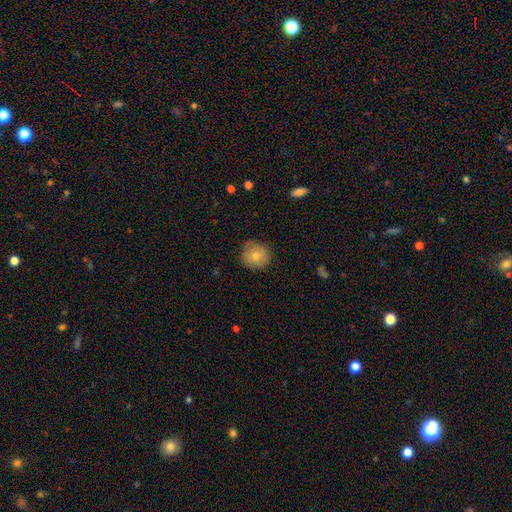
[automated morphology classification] A smooth galaxy with no disk features (78%) that is round (92%).

Vote fractions:
- Smooth or featured? smooth: 78% / featured or disk: 14% / star or artifact: 9%
- How rounded? round: 92% / in between: 7% / cigar-shaped: 1%
- Merging? none: 84% / minor disturbance: 12% / major disturbance: 2% / merger: 1%